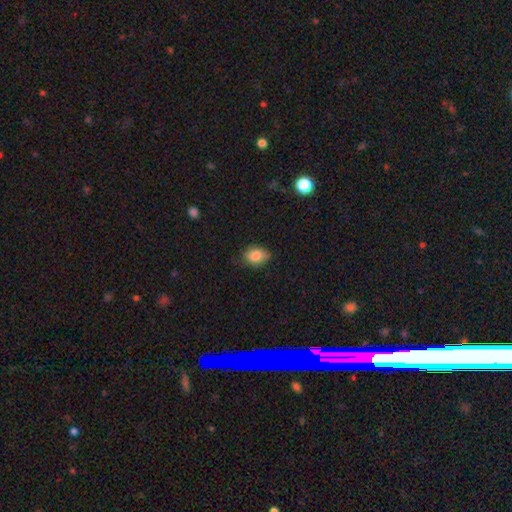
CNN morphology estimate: Smooth or featured? Predicted: smooth (p=0.86). How rounded? Predicted: in between (p=0.67). Merging? Predicted: none (p=0.75).